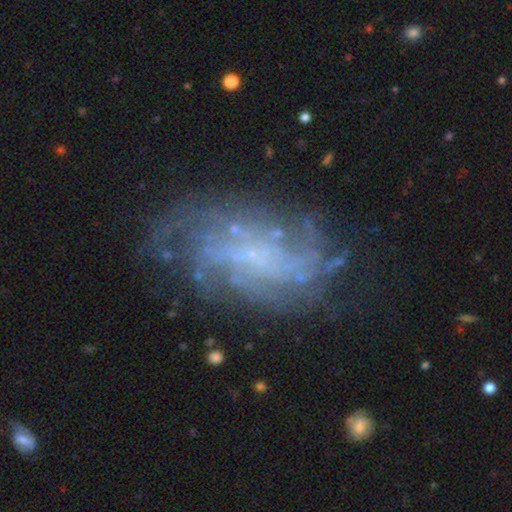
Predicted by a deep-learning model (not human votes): smooth_or_featured: featured or disk (p=0.77) [alt: smooth p=0.13]
disk_edge_on: no (p=0.95) [alt: yes p=0.05]
bar: no (p=0.55) [alt: weak p=0.35]
has_spiral_arms: yes (p=0.84) [alt: no p=0.16]
spiral_winding: tight (p=0.43) [alt: medium p=0.34]
spiral_arm_count: can't tell (p=0.50) [alt: 4 p=0.14]
bulge_size: small (p=0.50) [alt: none p=0.37]
merging: none (p=0.67) [alt: minor disturbance p=0.18]